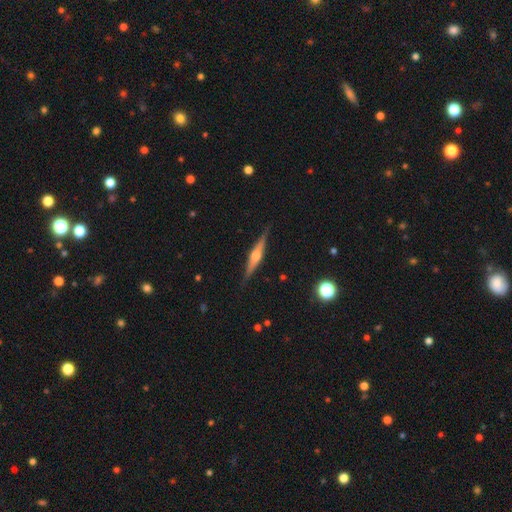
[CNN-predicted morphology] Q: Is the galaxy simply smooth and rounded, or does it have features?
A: featured or disk — 74%.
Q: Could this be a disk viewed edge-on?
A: yes — 97%.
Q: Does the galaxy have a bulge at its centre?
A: rounded — 89%.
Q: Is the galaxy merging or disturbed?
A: none — 88%.